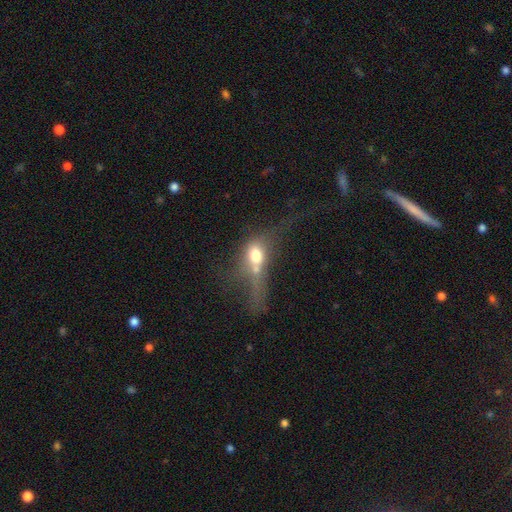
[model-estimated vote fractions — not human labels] The model was most divided on "merging": merger: 37%, major disturbance: 32%, none: 19%, minor disturbance: 12%. More confident: how rounded — in between (63%); smooth or featured — smooth (57%).